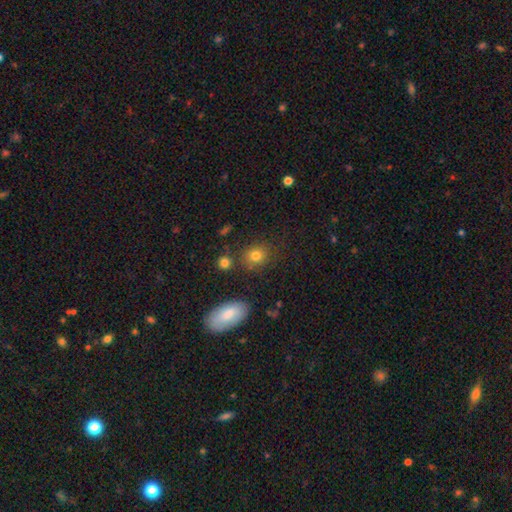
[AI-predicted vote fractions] Smooth or featured?
  - smooth: 80% *
  - star or artifact: 12%
  - featured or disk: 8%
How rounded?
  - round: 71% *
  - in between: 28%
  - cigar-shaped: 1%
Merging?
  - none: 78% *
  - minor disturbance: 12%
  - merger: 6%
  - major disturbance: 4%